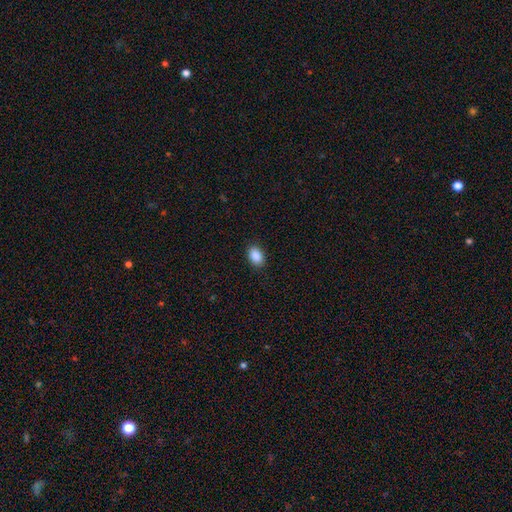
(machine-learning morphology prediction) This appears to be a smooth galaxy with no disk features (89%) that is in between round and cigar-shaped (85%). Merging: none (89%).